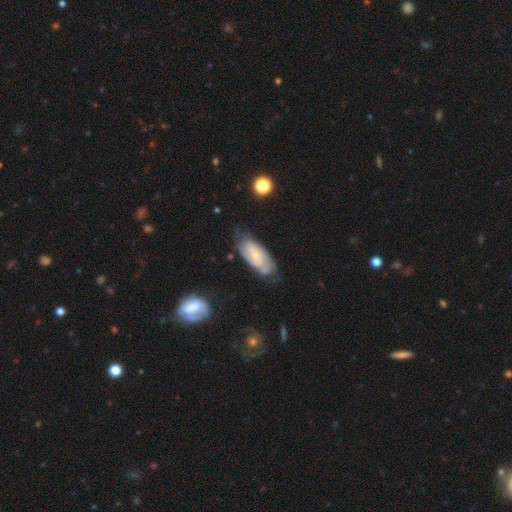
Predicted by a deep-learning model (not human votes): Morphology: type=featured or disk (61%); edge-on=no (90%); bar=no (64%); spiral arms=yes (78%); bulge=small (70%); merging=none (59%).